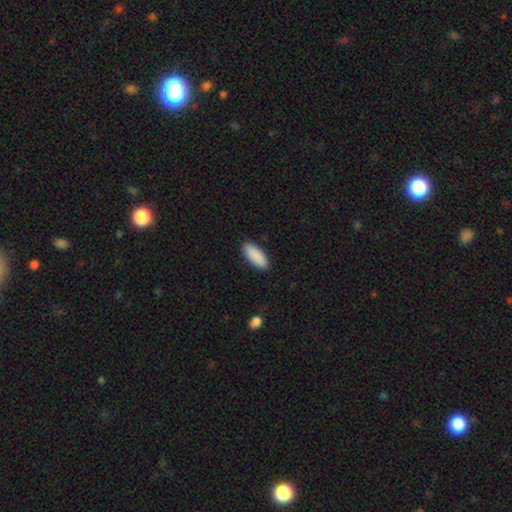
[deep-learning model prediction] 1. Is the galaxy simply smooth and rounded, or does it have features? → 91% smooth, 6% star or artifact, 4% featured or disk.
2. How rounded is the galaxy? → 75% in between, 23% cigar-shaped, 2% round.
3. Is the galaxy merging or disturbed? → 89% none, 8% minor disturbance, 2% major disturbance, 1% merger.